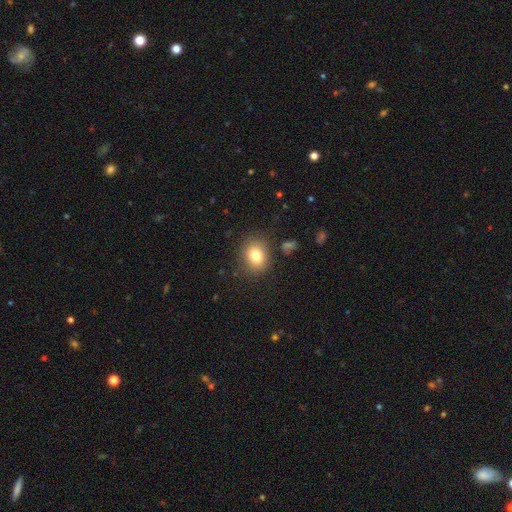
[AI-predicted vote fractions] smooth 80%, star or artifact 11%, featured or disk 9%. Down the decision tree: how rounded — round (56%); merging — none (83%).